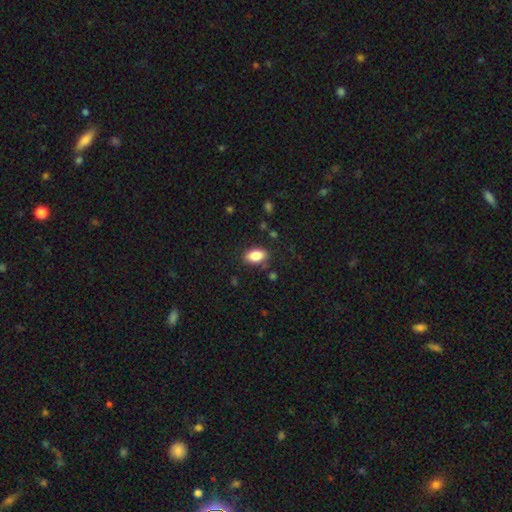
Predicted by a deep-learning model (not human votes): This appears to be a smooth galaxy with no disk features (86%) that is in between round and cigar-shaped (91%). Merging: none (84%).